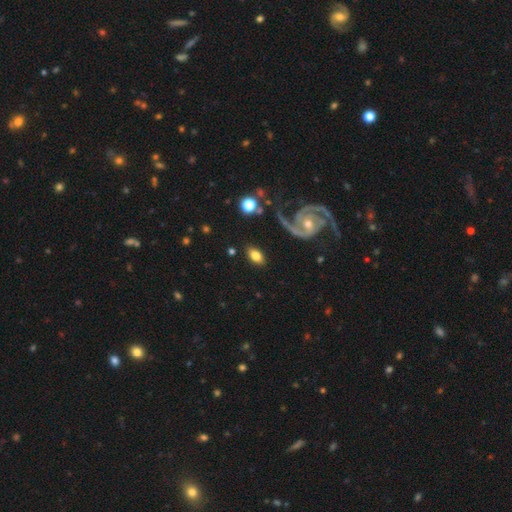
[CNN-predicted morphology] smooth 68%, featured or disk 25%, star or artifact 7%. Down the decision tree: how rounded — in between (90%); merging — none (82%).